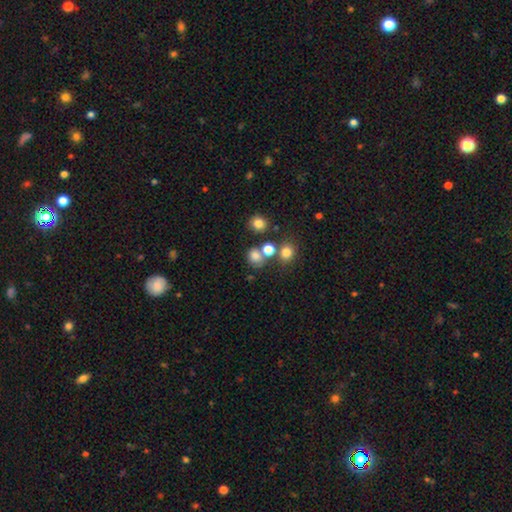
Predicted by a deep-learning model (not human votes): A smooth galaxy with no disk features (76%) that is round (75%). Merging: none (60%).